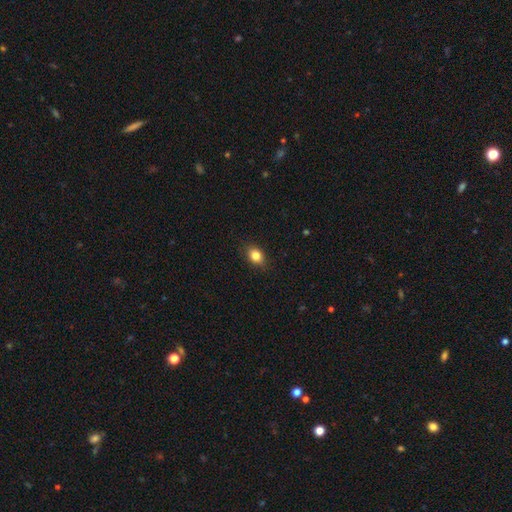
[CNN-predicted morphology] The model was most divided on "how rounded": in between: 64%, round: 34%, cigar-shaped: 1%. More confident: merging — none (87%); smooth or featured — smooth (84%).